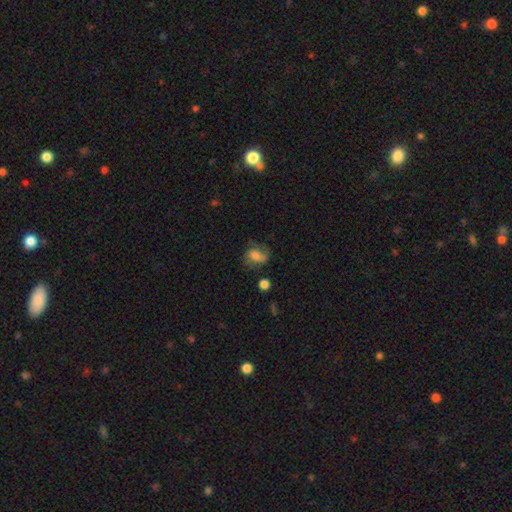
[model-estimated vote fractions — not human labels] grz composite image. It shows a smooth galaxy with no disk features (54%) that is in between round and cigar-shaped (64%). Merging: none (47%).